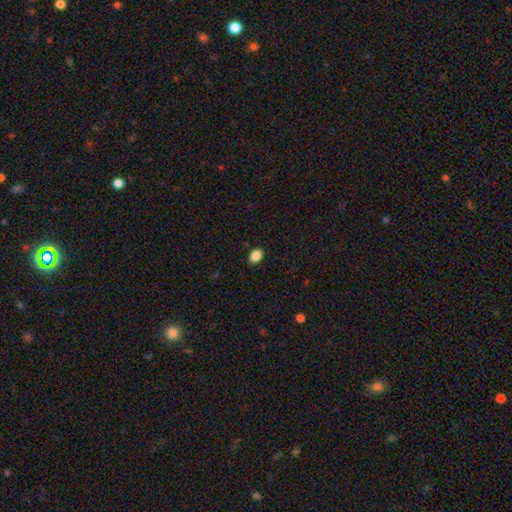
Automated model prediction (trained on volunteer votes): Overall: smooth (88%). How rounded: in between (75%). Merging: none (89%).